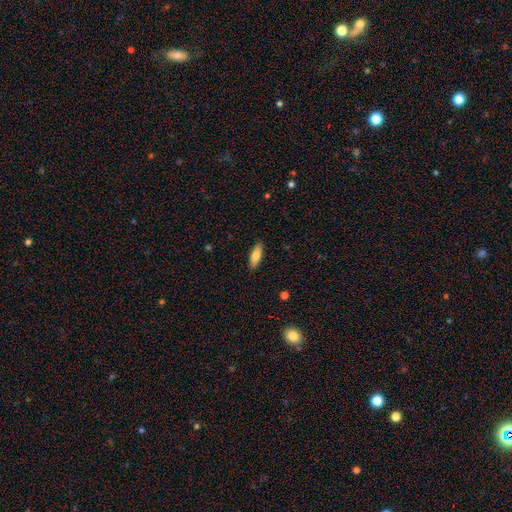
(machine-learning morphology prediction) type=smooth (78%); roundness=in between (58%); merging=none (89%).